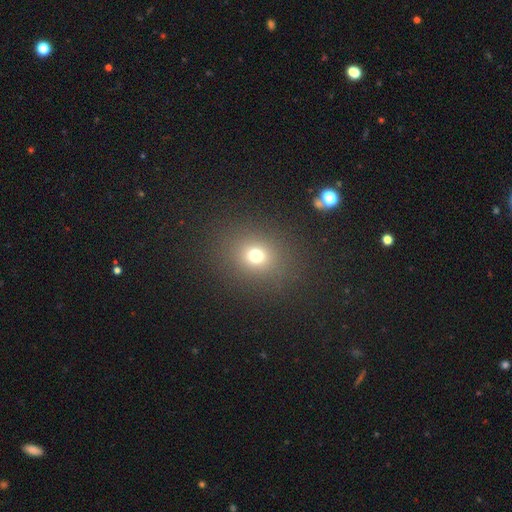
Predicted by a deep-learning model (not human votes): smooth 71%, star or artifact 21%, featured or disk 8%. Down the decision tree: how rounded — round (71%); merging — none (87%).